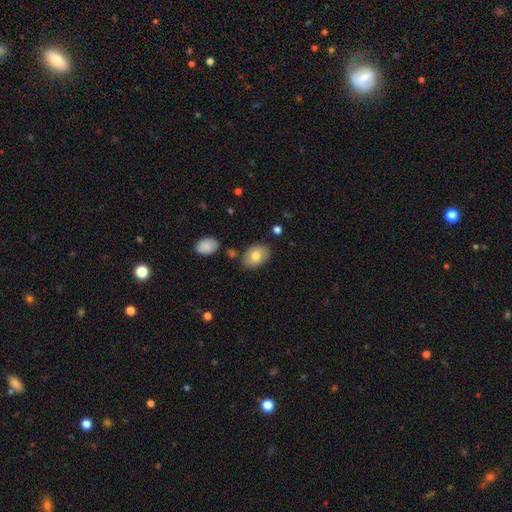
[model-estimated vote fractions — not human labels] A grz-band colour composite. It shows a smooth galaxy with no disk features (77%) that is in between round and cigar-shaped (84%). Merging: none (80%).